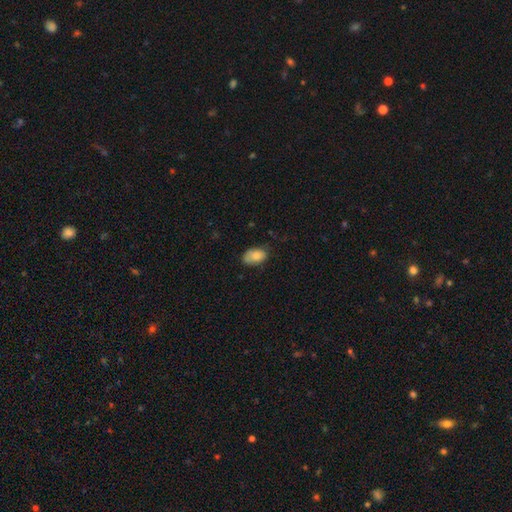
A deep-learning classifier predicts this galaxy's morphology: smooth_or_featured: smooth (p=0.81) [alt: featured or disk p=0.12]
how_rounded: in between (p=0.90) [alt: round p=0.08]
merging: none (p=0.64) [alt: minor disturbance p=0.29]